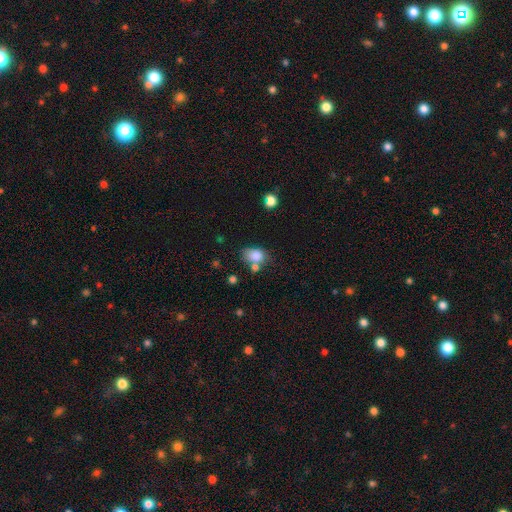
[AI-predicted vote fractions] A smooth galaxy with no disk features (81%) that is in between round and cigar-shaped (73%).

Vote fractions:
- Smooth or featured? smooth: 81% / star or artifact: 10% / featured or disk: 9%
- How rounded? in between: 73% / round: 26% / cigar-shaped: 1%
- Merging? none: 50% / minor disturbance: 21% / merger: 20% / major disturbance: 8%